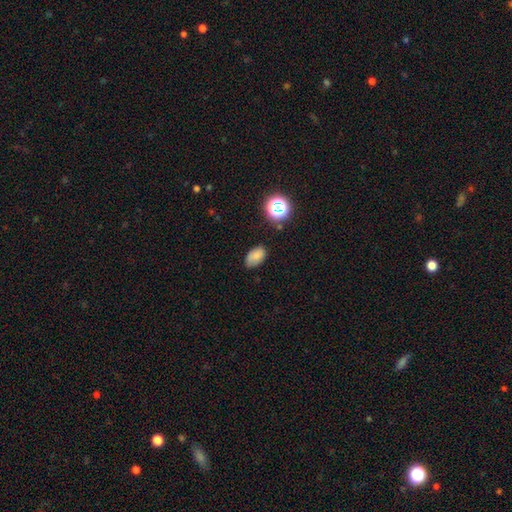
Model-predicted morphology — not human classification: type=smooth (79%); roundness=in between (90%); merging=none (76%).